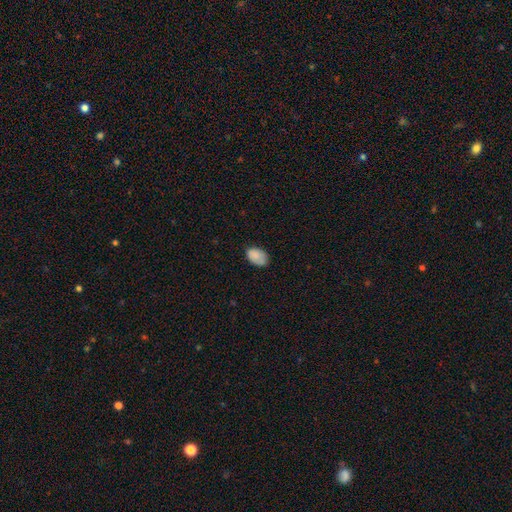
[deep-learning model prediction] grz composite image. It shows a smooth galaxy with no disk features (85%) that is in between round and cigar-shaped (88%). Merging: none (72%).